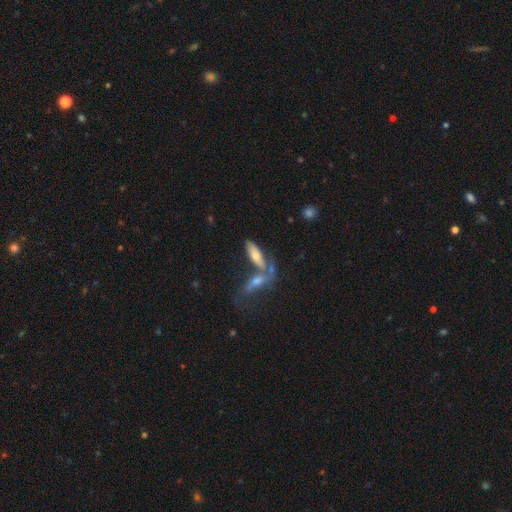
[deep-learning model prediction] smooth_or_featured: smooth (p=0.53) [alt: featured or disk p=0.38]
how_rounded: in between (p=0.50) [alt: cigar-shaped p=0.48]
merging: merger (p=0.46) [alt: none p=0.38]